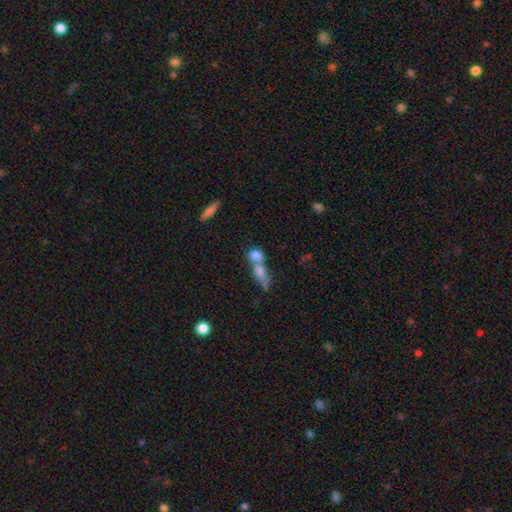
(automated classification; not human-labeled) The model was most divided on "how rounded": in between: 50%, round: 34%, cigar-shaped: 16%. More confident: smooth or featured — smooth (71%); merging — merger (68%).